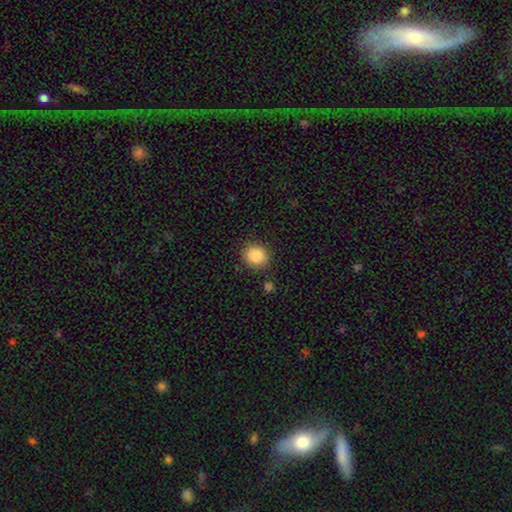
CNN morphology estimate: smooth 87%, star or artifact 9%, featured or disk 4%. Down the decision tree: how rounded — round (80%); merging — none (88%).